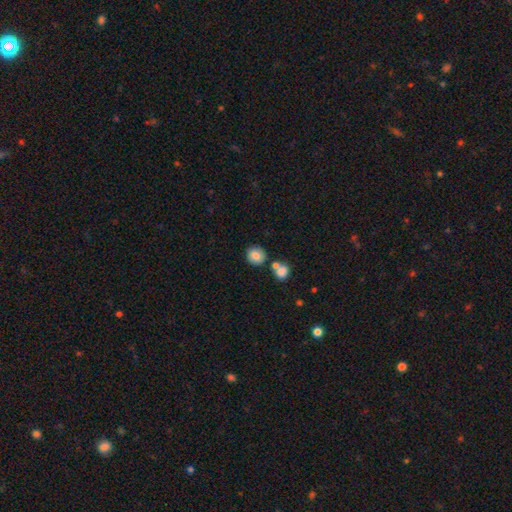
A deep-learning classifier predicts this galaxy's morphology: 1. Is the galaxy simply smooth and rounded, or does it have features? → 83% smooth, 9% star or artifact, 8% featured or disk.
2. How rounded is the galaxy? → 84% round, 15% in between, 1% cigar-shaped.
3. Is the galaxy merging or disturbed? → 70% none, 17% merger, 10% minor disturbance, 3% major disturbance.